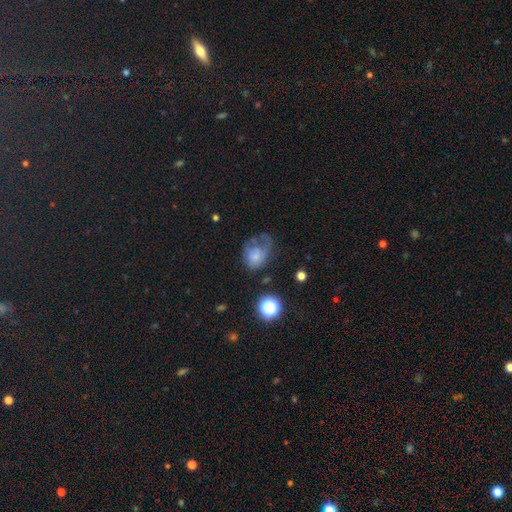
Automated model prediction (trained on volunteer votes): A smooth galaxy with no disk features (49%).

Vote fractions:
- Smooth or featured? smooth: 49% / featured or disk: 37% / star or artifact: 13%
- Merging? major disturbance: 46% / none: 25% / minor disturbance: 25% / merger: 4%